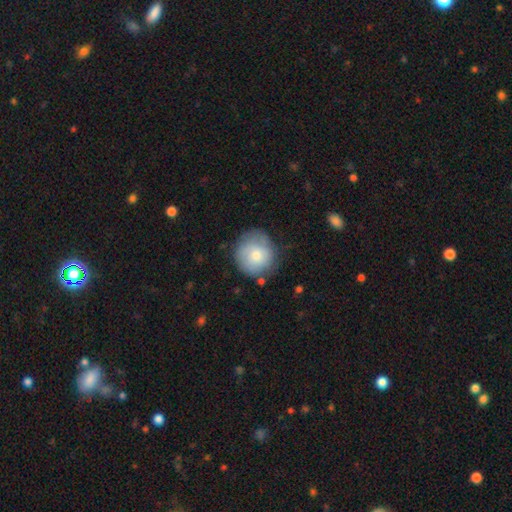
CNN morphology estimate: A smooth galaxy with no disk features (70%) that is round (91%).

Vote fractions:
- Smooth or featured? smooth: 70% / featured or disk: 24% / star or artifact: 7%
- How rounded? round: 91% / in between: 8% / cigar-shaped: 1%
- Merging? none: 68% / minor disturbance: 22% / major disturbance: 7% / merger: 3%